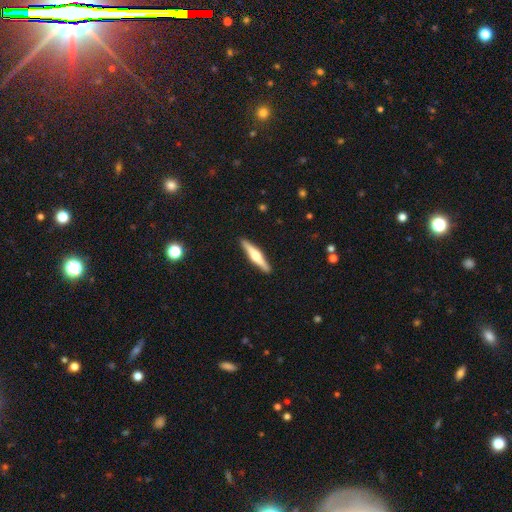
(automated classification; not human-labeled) The model was most divided on "smooth or featured": featured or disk: 62%, smooth: 33%, star or artifact: 5%. More confident: edge-on disk — yes (97%); merging — none (91%); edge-on bulge — rounded (87%).